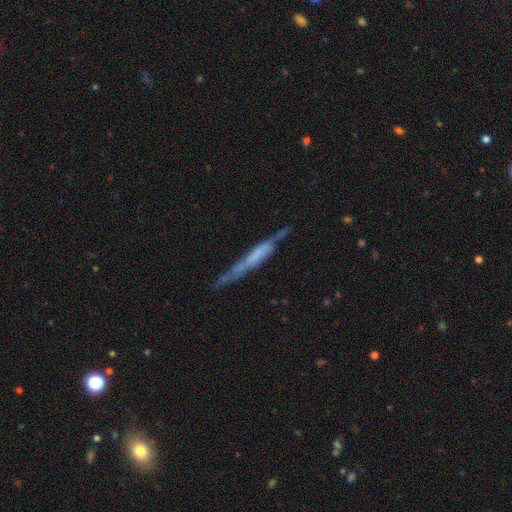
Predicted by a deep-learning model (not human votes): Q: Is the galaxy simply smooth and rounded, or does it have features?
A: featured or disk — 59%.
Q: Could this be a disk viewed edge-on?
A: yes — 86%.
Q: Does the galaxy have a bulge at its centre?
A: none — 51%.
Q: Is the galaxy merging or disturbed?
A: none — 58%.